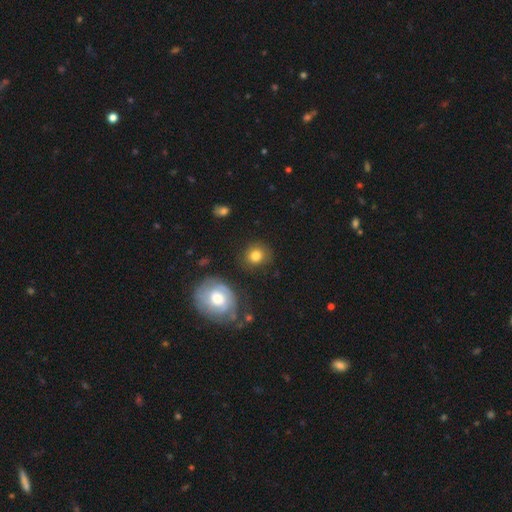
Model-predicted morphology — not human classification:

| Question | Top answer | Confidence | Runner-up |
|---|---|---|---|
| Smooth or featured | smooth | 76% | featured or disk (14%) |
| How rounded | round | 84% | in between (15%) |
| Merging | none | 81% | minor disturbance (12%) |